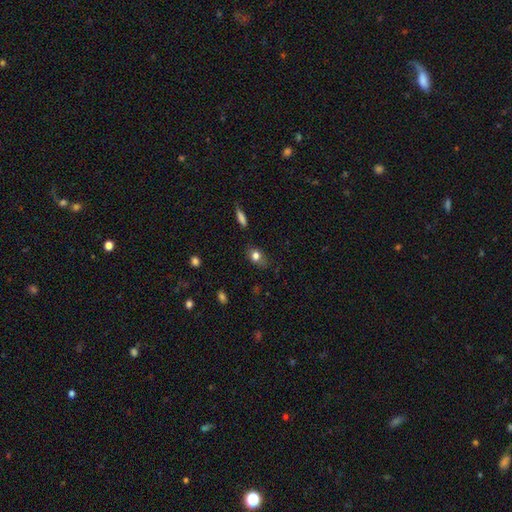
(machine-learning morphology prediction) Smooth or featured? Predicted: smooth (p=0.78). How rounded? Predicted: in between (p=0.70). Merging? Predicted: none (p=0.65).